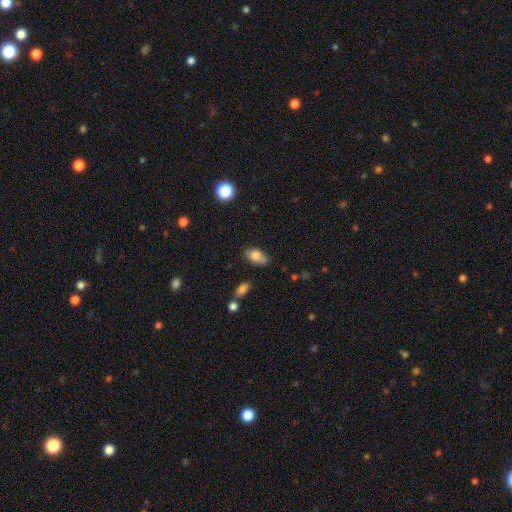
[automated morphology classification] Smooth or featured: smooth — 80% (featured or disk — 12%)
How rounded: in between — 91% (round — 7%)
Merging: none — 75% (minor disturbance — 19%)